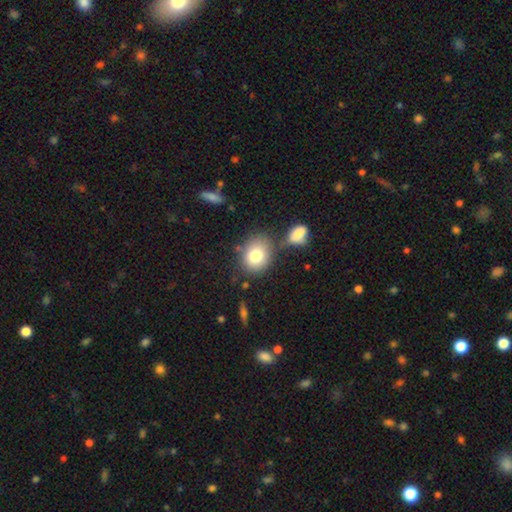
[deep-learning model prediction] Morphology: type=smooth (79%); roundness=round (50%); merging=none (66%).